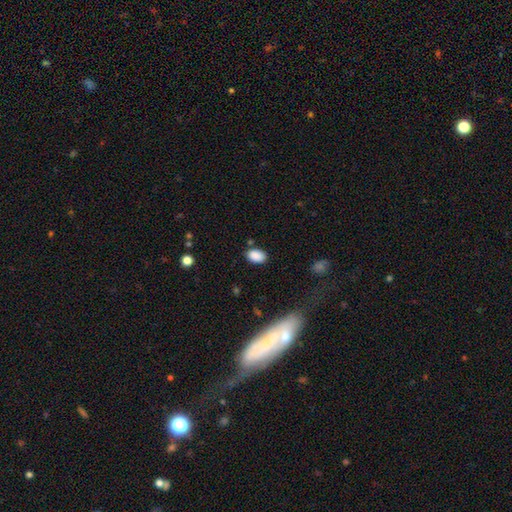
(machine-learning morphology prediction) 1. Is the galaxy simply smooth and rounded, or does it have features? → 87% smooth, 9% star or artifact, 4% featured or disk.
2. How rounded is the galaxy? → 88% in between, 11% round, 1% cigar-shaped.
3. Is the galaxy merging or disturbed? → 82% none, 13% minor disturbance, 3% major disturbance, 3% merger.